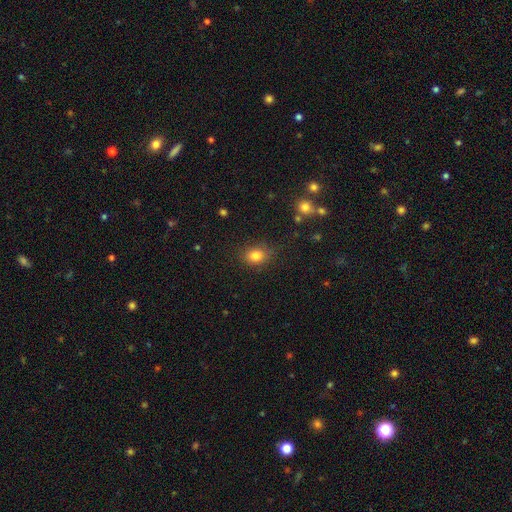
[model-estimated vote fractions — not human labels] Overall: smooth (81%). How rounded: round (53%; in between 46%). Merging: none (81%).